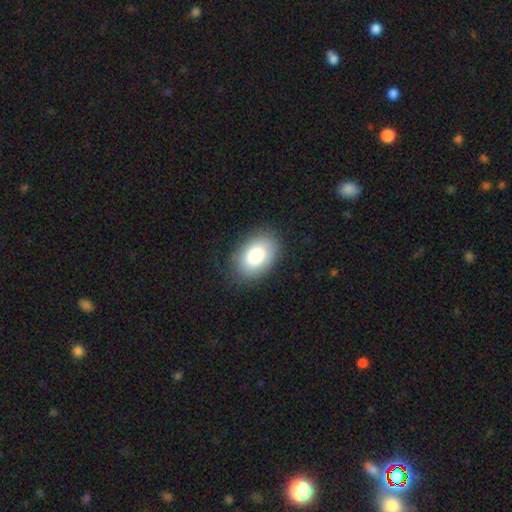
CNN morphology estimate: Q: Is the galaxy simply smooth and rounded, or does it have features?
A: smooth — 82%.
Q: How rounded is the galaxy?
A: in between — 83%.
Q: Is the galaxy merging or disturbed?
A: none — 85%.